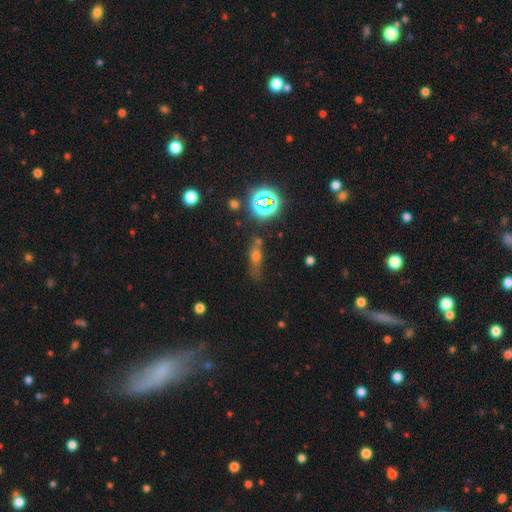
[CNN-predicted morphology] This is possibly a smooth galaxy (52%). How rounded: marginally cigar-shaped (44%). Merging: possibly none (59%).